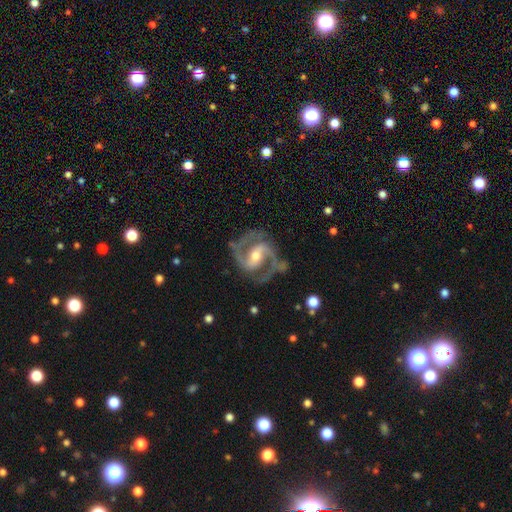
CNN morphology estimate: smooth_or_featured: featured or disk (p=0.92) [alt: star or artifact p=0.04]
disk_edge_on: no (p=0.98) [alt: yes p=0.02]
bar: weak (p=0.41) [tied with: strong p=0.41]
has_spiral_arms: yes (p=0.98) [alt: no p=0.02]
spiral_winding: medium (p=0.64) [alt: tight p=0.21]
spiral_arm_count: 2 (p=0.92) [alt: 3 p=0.03]
bulge_size: moderate (p=0.63) [alt: small p=0.31]
merging: none (p=0.73) [alt: minor disturbance p=0.16]